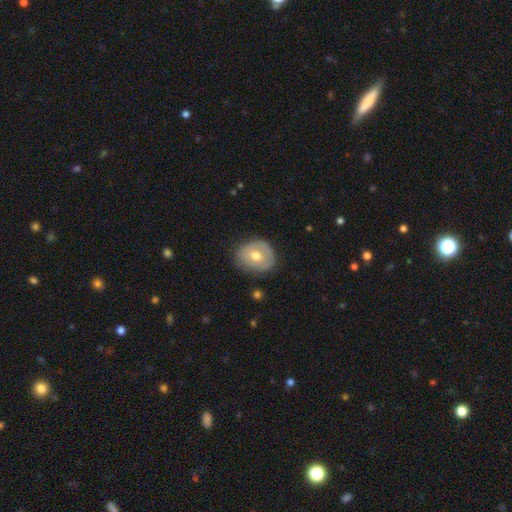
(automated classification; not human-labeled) smooth_or_featured: smooth (p=0.53) [alt: featured or disk p=0.40]
how_rounded: round (p=0.61) [alt: in between p=0.38]
merging: none (p=0.73) [alt: minor disturbance p=0.21]